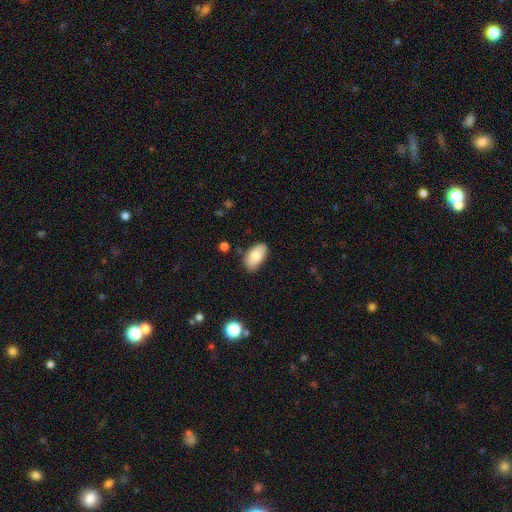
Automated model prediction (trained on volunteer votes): smooth 82%, featured or disk 12%, star or artifact 7%. Down the decision tree: how rounded — in between (94%); merging — none (76%).